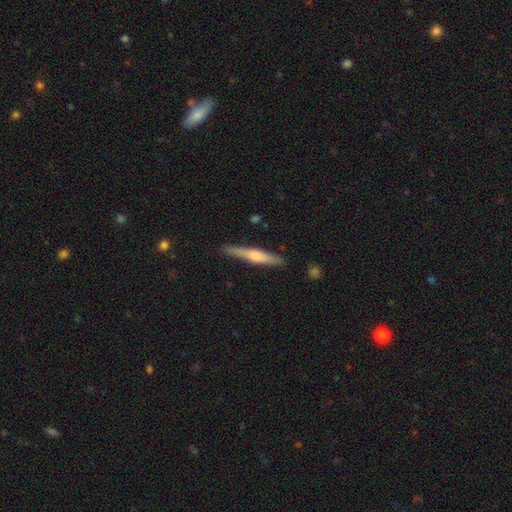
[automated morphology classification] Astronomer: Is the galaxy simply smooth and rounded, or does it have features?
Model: featured or disk — 49% (runner-up: smooth, 46%).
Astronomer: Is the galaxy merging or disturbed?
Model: none — 87%.